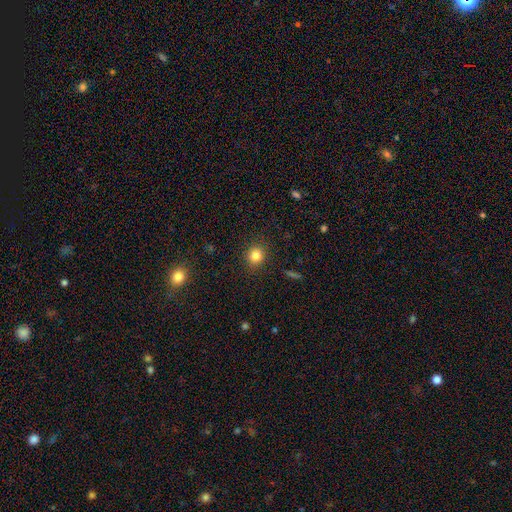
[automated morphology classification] smooth_or_featured: smooth (p=0.83) [alt: star or artifact p=0.12]
how_rounded: round (p=0.87) [alt: in between p=0.12]
merging: none (p=0.89) [alt: minor disturbance p=0.07]